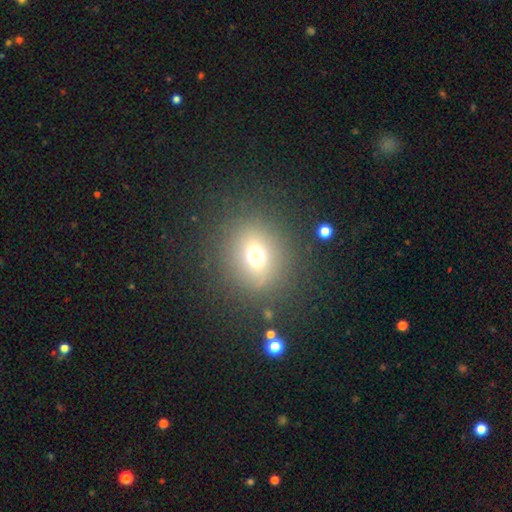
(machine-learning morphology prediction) type=smooth (66%); roundness=round (77%); merging=none (82%).